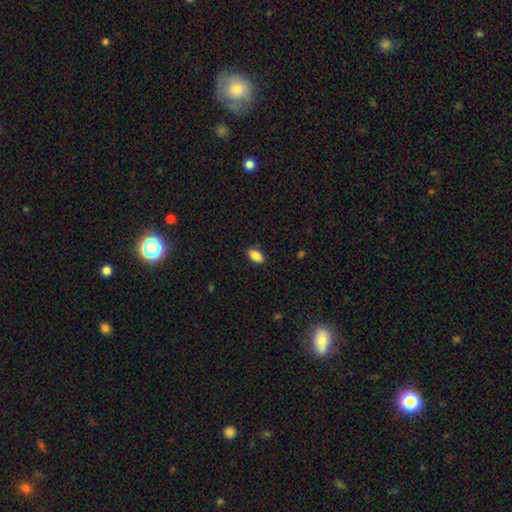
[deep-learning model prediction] A smooth galaxy with no disk features (88%) that is in between round and cigar-shaped (91%). Merging: none (88%).